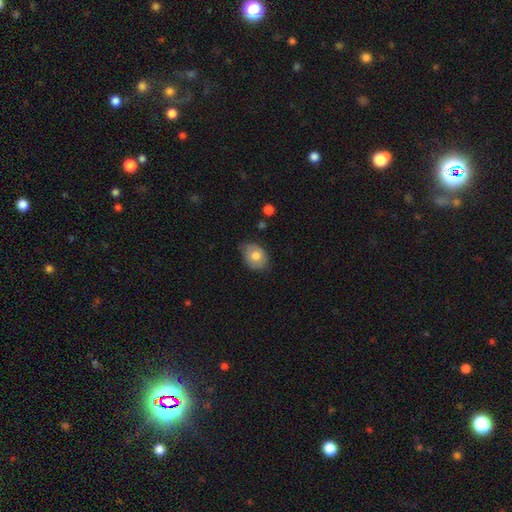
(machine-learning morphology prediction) Smooth or featured?
  - smooth: 74% *
  - featured or disk: 19%
  - star or artifact: 7%
How rounded?
  - in between: 66% *
  - round: 33%
  - cigar-shaped: 1%
Merging?
  - none: 63% *
  - minor disturbance: 30%
  - major disturbance: 5%
  - merger: 2%